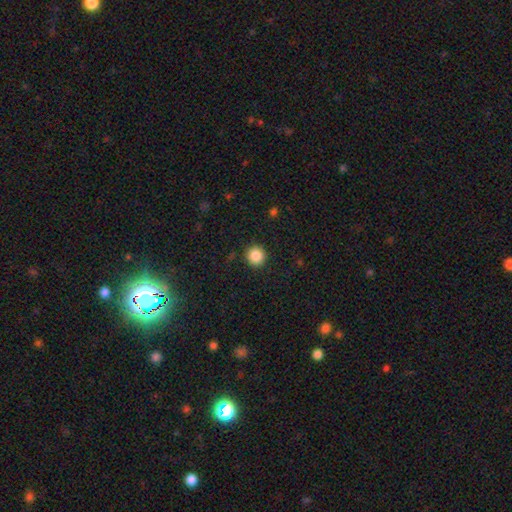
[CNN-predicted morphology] Smooth or featured? Predicted: smooth (p=0.87). How rounded? Predicted: round (p=0.94). Merging? Predicted: none (p=0.91).